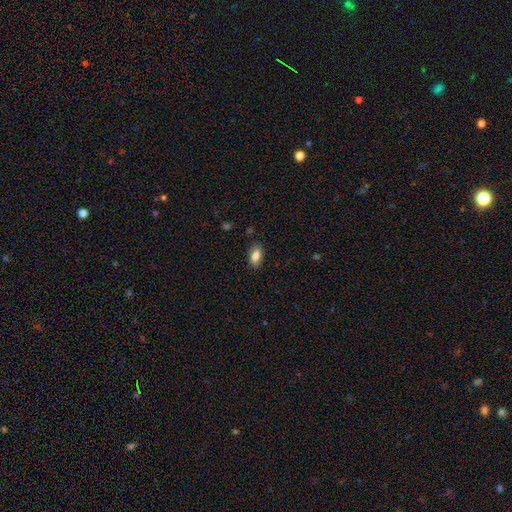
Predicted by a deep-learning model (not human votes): Smooth or featured? smooth (82%)
How rounded? in between (91%)
Merging? none (85%)